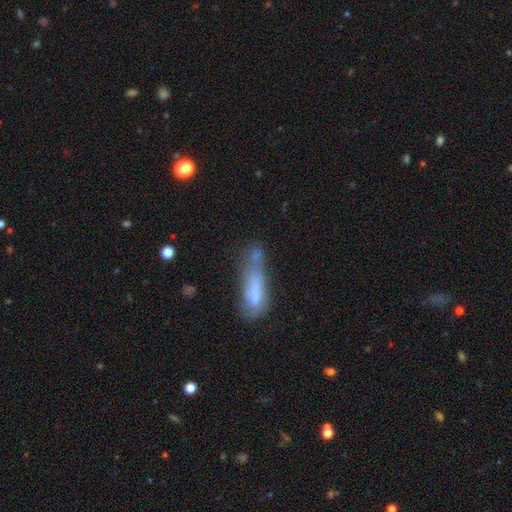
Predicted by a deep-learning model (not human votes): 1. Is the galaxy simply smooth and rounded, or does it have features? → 66% smooth, 23% featured or disk, 11% star or artifact.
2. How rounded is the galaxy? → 53% cigar-shaped, 44% in between, 3% round.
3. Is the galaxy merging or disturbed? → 26% merger, 25% none, 25% major disturbance, 23% minor disturbance.